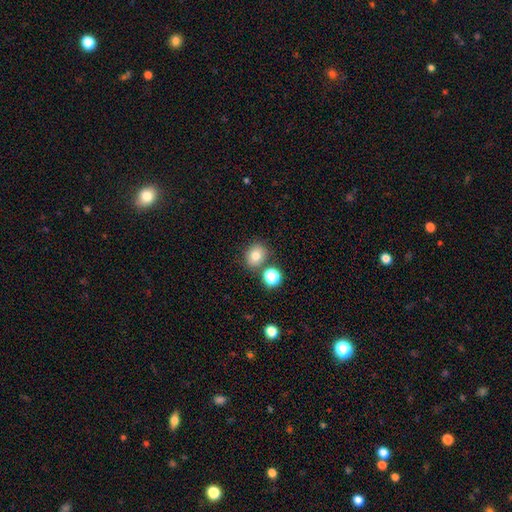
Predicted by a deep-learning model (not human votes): smooth-or-featured: smooth: 78% | star or artifact: 14% | featured or disk: 9%
  how-rounded: round: 67% | in between: 33% | cigar-shaped: 1%
  merging: none: 75% | merger: 12% | minor disturbance: 10% | major disturbance: 3%